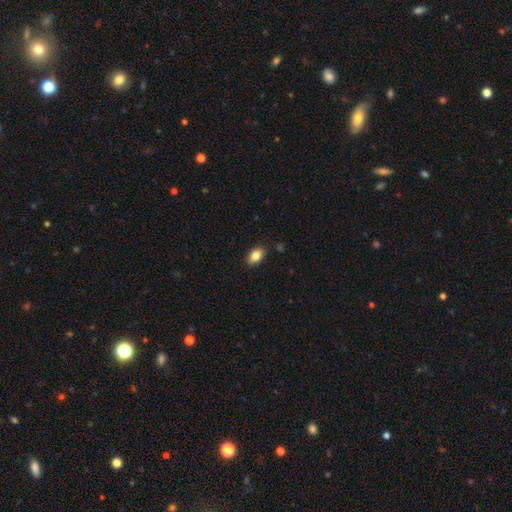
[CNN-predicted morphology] type=smooth (83%); roundness=in between (89%); merging=none (88%).